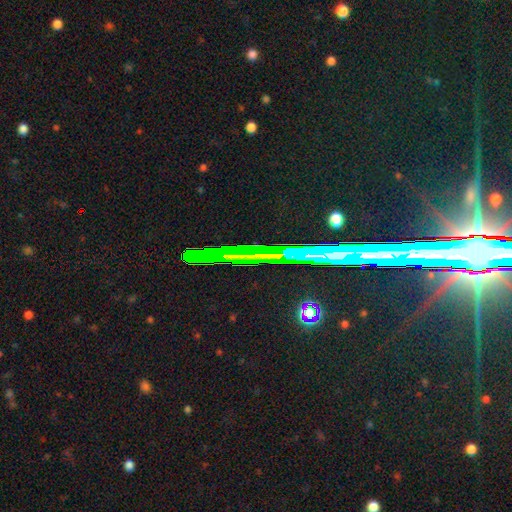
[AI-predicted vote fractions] Smooth or featured: star or artifact — 78% (featured or disk — 13%)